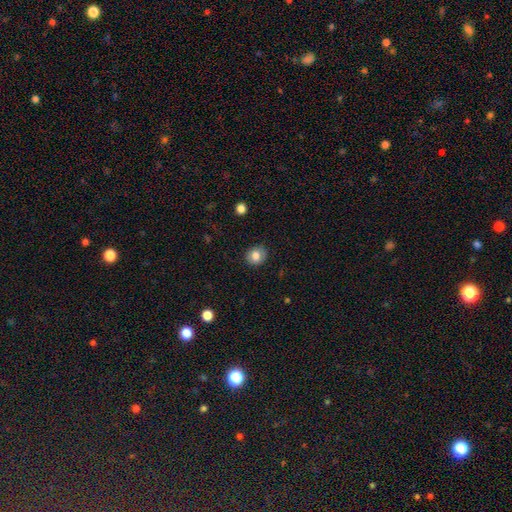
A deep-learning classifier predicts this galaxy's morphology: Q: Smooth or featured?
A: smooth (81%); runner-up: featured or disk (10%)
Q: How rounded?
A: round (73%); runner-up: in between (27%)
Q: Merging?
A: none (87%); runner-up: minor disturbance (10%)